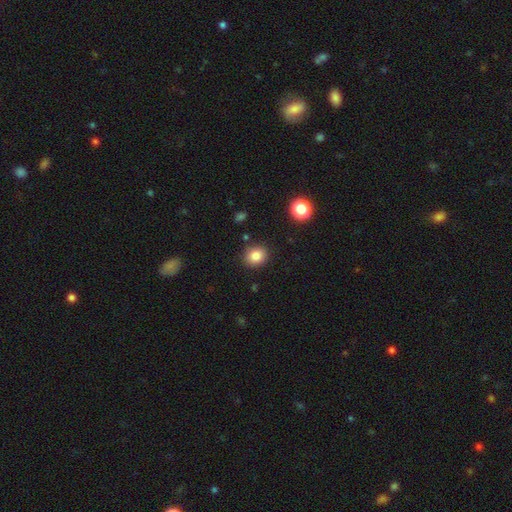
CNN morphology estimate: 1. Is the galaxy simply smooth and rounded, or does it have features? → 84% smooth, 11% star or artifact, 6% featured or disk.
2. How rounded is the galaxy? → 70% round, 29% in between, 1% cigar-shaped.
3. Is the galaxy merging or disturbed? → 88% none, 8% minor disturbance, 2% major disturbance, 2% merger.